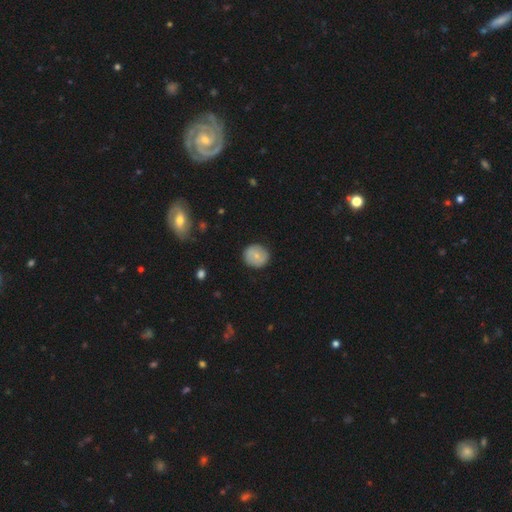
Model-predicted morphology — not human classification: smooth 70%, featured or disk 23%, star or artifact 7%. Down the decision tree: how rounded — round (86%); merging — none (86%).